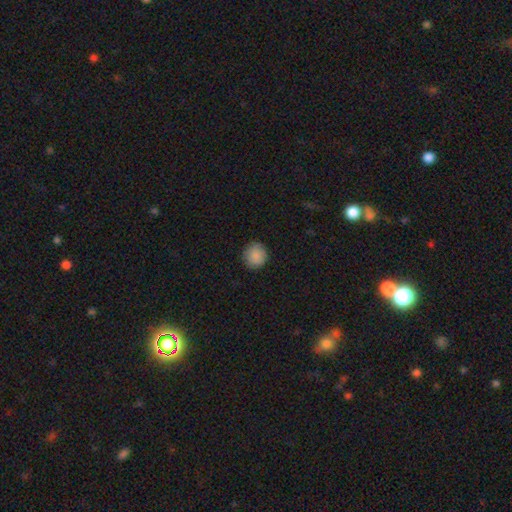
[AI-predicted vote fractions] Smooth or featured: smooth — 89% (star or artifact — 8%)
How rounded: round — 88% (in between — 11%)
Merging: none — 88% (minor disturbance — 9%)